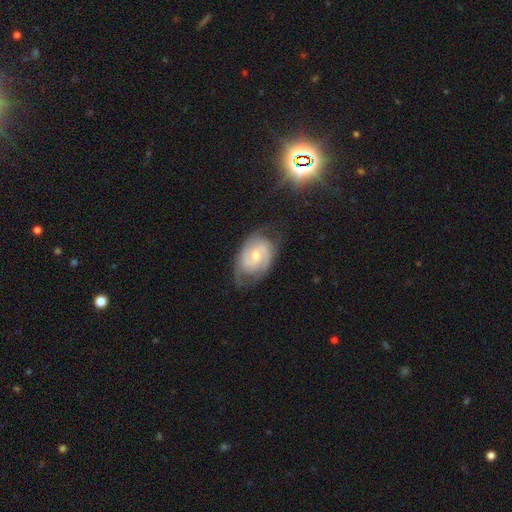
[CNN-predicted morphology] Overall: featured or disk (80%). Edge-on disk: no (97%). Bar: no (49%; weak 43%). Spiral arms: yes (94%). Spiral arm count: 2 (69%). Spiral winding: tight (51%; medium 38%). Bulge size: moderate (51%; small 44%). Merging: none (65%).